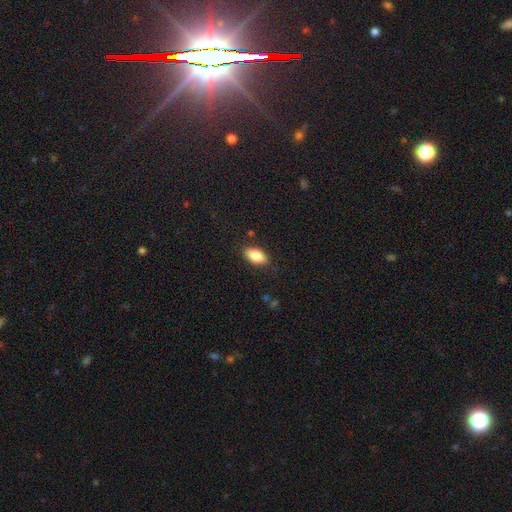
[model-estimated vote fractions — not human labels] Smooth or featured? Predicted: smooth (p=0.81). How rounded? Predicted: in between (p=0.89). Merging? Predicted: none (p=0.84).